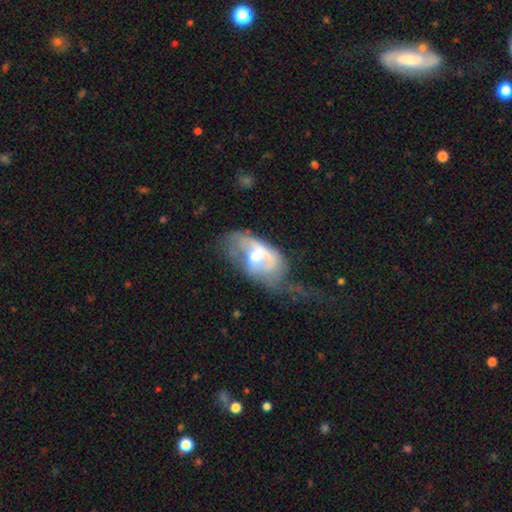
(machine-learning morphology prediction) smooth_or_featured: featured or disk (p=0.63) [alt: smooth p=0.28]
disk_edge_on: no (p=0.93) [alt: yes p=0.07]
bar: no (p=0.63) [alt: weak p=0.29]
has_spiral_arms: no (p=0.53) [alt: yes p=0.47]
bulge_size: moderate (p=0.60) [alt: small p=0.27]
merging: major disturbance (p=0.49) [alt: none p=0.20]